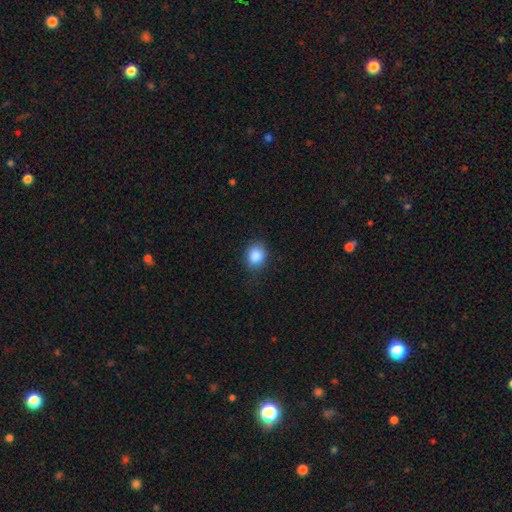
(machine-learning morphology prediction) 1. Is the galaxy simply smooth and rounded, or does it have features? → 87% smooth, 9% star or artifact, 4% featured or disk.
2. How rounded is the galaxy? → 65% round, 34% in between, 1% cigar-shaped.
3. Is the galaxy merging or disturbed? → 81% none, 14% minor disturbance, 4% major disturbance, 1% merger.